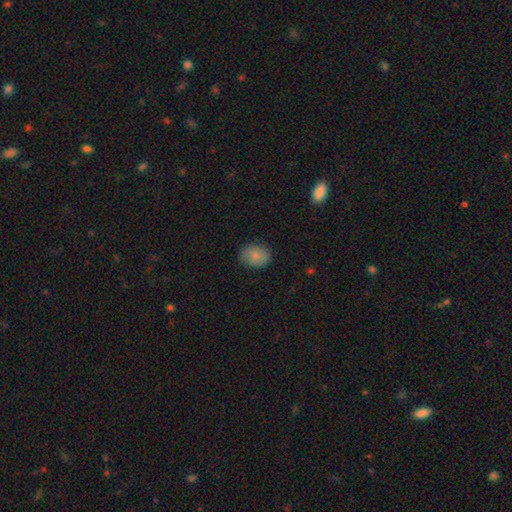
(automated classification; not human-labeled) Overall: smooth (82%). How rounded: round (51%; in between 48%). Merging: none (83%).